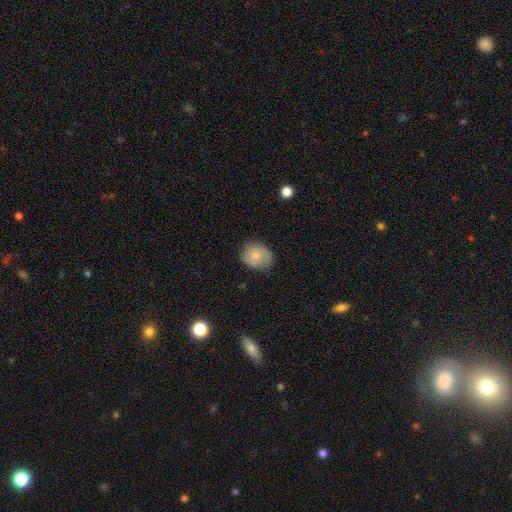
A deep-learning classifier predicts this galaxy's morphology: This is likely a smooth galaxy (76%). How rounded: likely round (60%). Merging: likely none (73%).